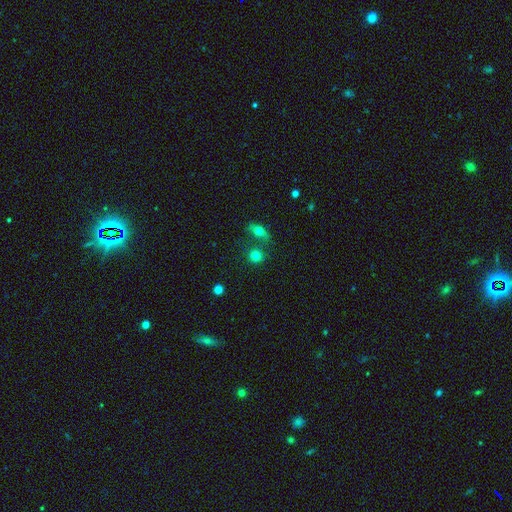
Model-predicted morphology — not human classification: Smooth or featured? Predicted: smooth (p=0.78). How rounded? Predicted: round (p=0.85). Merging? Predicted: none (p=0.64).